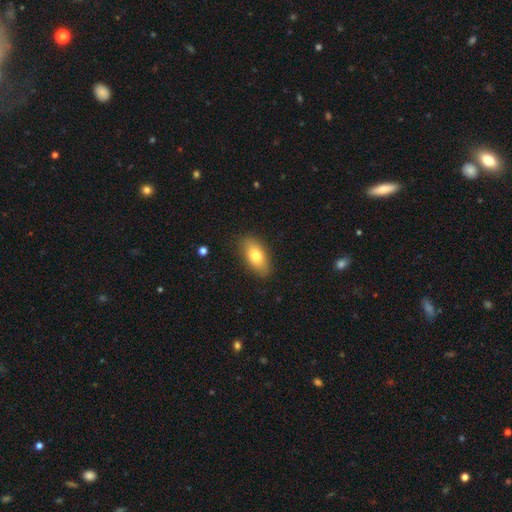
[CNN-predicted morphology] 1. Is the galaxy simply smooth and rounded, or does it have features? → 76% smooth, 17% featured or disk, 7% star or artifact.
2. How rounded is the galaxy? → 88% in between, 7% cigar-shaped, 5% round.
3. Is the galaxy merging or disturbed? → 86% none, 10% minor disturbance, 3% major disturbance, 1% merger.